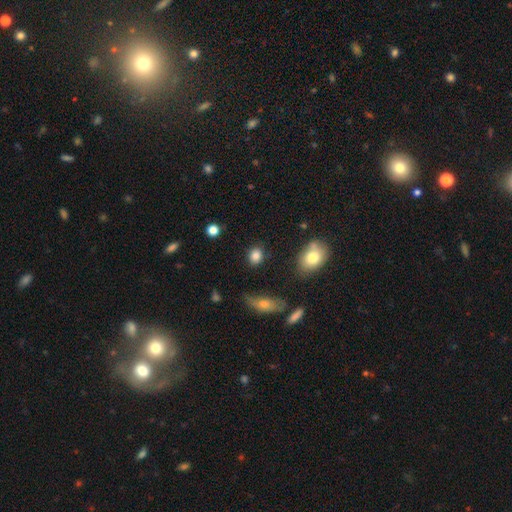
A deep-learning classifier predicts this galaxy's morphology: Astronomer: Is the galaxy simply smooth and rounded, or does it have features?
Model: smooth — 85%.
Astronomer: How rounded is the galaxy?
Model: round — 60% (runner-up: in between, 38%).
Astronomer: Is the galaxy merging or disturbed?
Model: none — 85%.